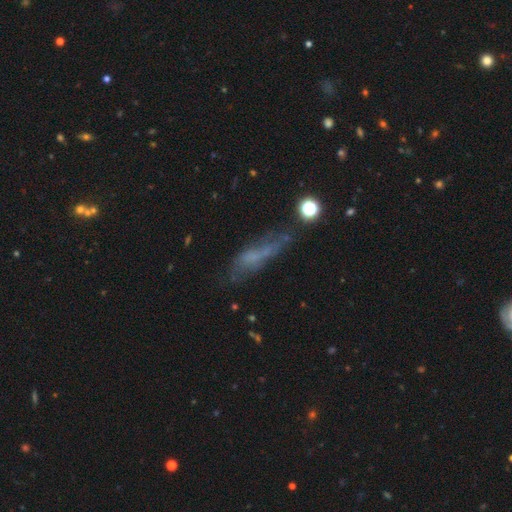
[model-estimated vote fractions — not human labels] Smooth or featured? smooth (44%)
Merging? none (44%)